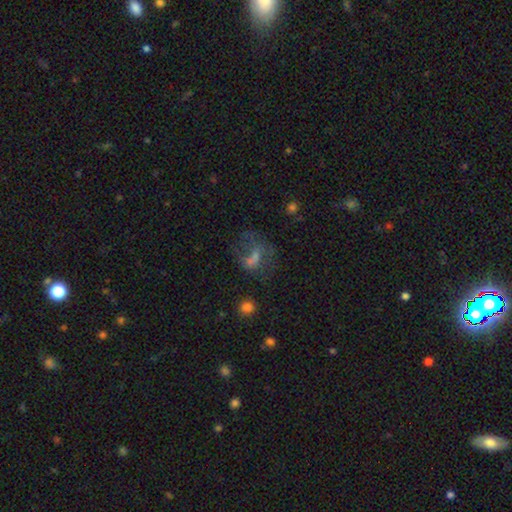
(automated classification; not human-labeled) This appears to be a smooth galaxy with no disk features (43%). Merging: major disturbance (38%).